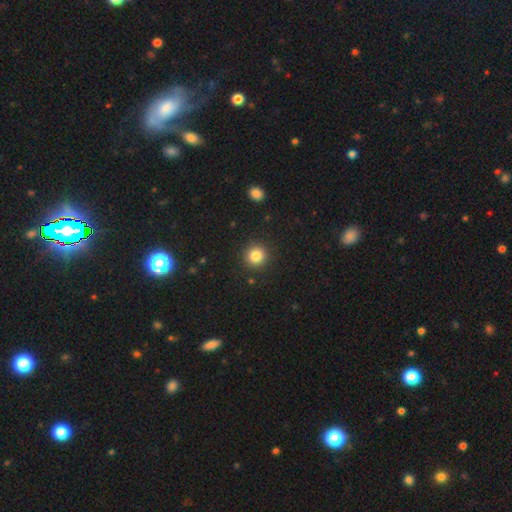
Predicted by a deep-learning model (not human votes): Morphology: type=smooth (84%); roundness=round (93%); merging=none (91%).